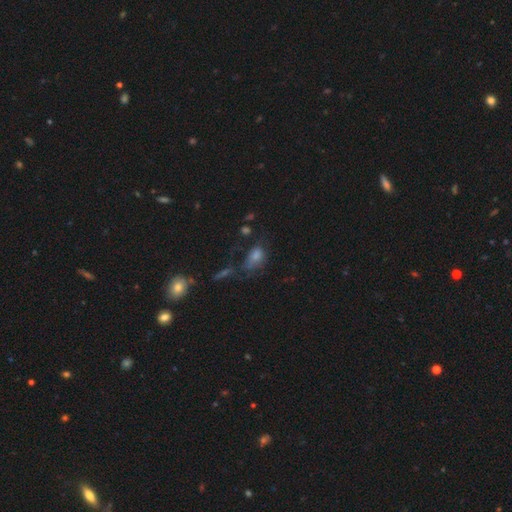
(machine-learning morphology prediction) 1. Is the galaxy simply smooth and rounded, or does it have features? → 59% smooth, 23% star or artifact, 18% featured or disk.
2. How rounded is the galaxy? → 76% in between, 20% round, 3% cigar-shaped.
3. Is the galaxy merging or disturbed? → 45% none, 22% minor disturbance, 22% major disturbance, 10% merger.